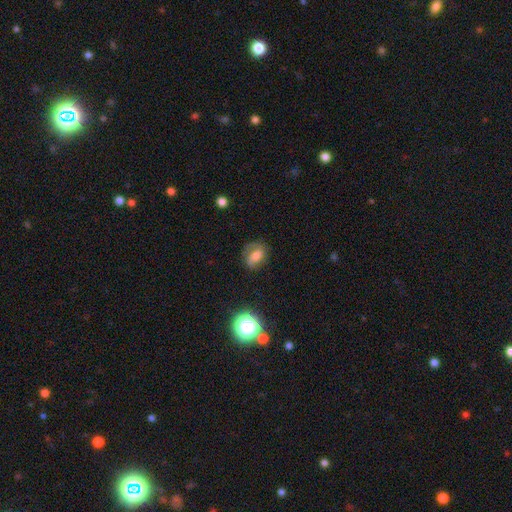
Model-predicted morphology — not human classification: A smooth galaxy with no disk features (52%) that is in between round and cigar-shaped (60%). Merging: none (61%).